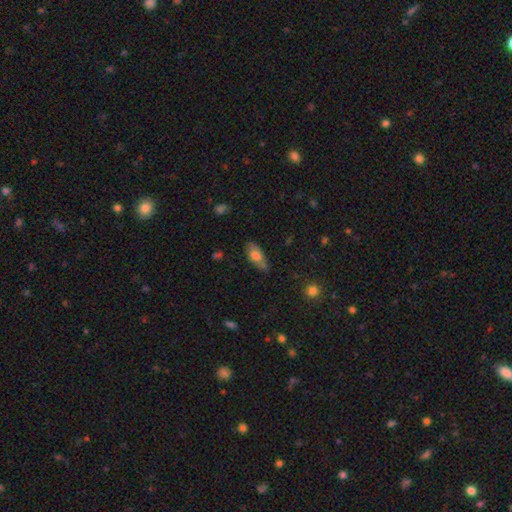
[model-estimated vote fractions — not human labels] Smooth or featured? Predicted: smooth (p=0.66). How rounded? Predicted: in between (p=0.82). Merging? Predicted: none (p=0.59).